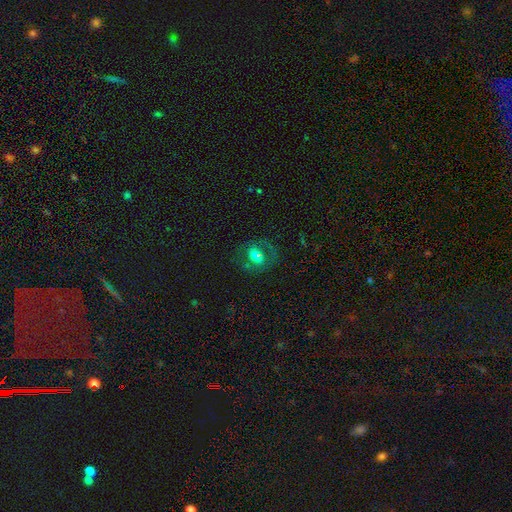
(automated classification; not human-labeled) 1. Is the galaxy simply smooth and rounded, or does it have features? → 45% smooth, 40% featured or disk, 15% star or artifact.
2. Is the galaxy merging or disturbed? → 57% none, 17% minor disturbance, 16% major disturbance, 11% merger.